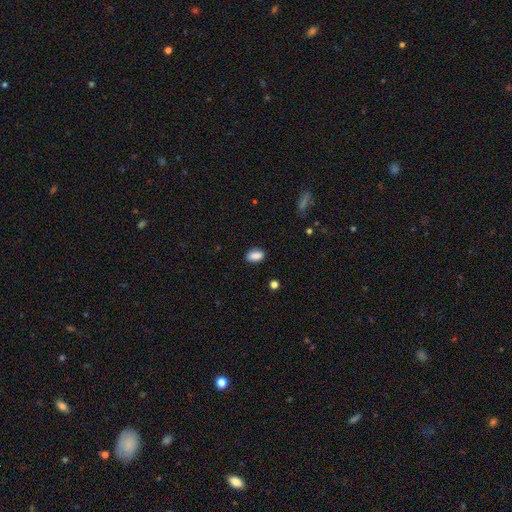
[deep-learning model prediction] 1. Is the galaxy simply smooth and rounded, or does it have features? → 87% smooth, 8% star or artifact, 5% featured or disk.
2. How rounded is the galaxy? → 88% in between, 8% round, 5% cigar-shaped.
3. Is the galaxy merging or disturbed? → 84% none, 12% minor disturbance, 3% major disturbance, 2% merger.